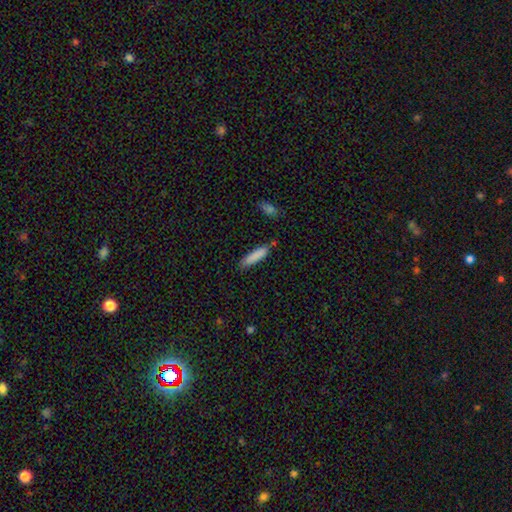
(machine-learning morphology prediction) smooth-or-featured: smooth: 85% | featured or disk: 8% | star or artifact: 7%
  how-rounded: cigar-shaped: 77% | in between: 21% | round: 1%
  merging: none: 78% | minor disturbance: 15% | merger: 4% | major disturbance: 3%